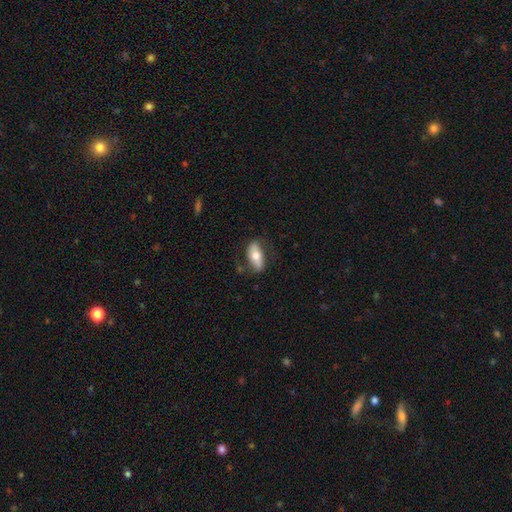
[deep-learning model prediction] Overall: smooth (64%; featured or disk 30%). How rounded: in between (80%). Merging: none (73%).